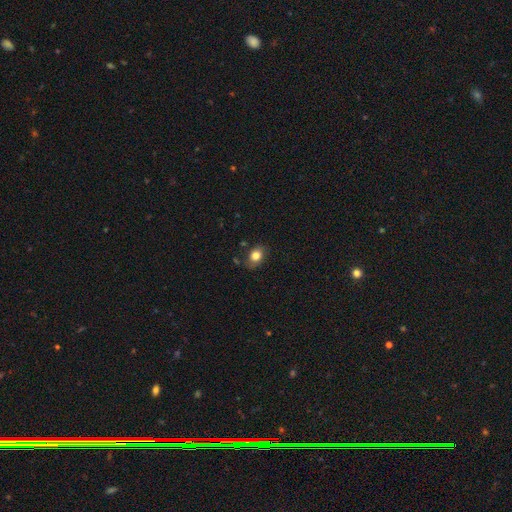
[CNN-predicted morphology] smooth-or-featured: smooth: 81% | star or artifact: 10% | featured or disk: 9%
  how-rounded: in between: 61% | round: 38% | cigar-shaped: 1%
  merging: none: 77% | minor disturbance: 17% | major disturbance: 4% | merger: 2%